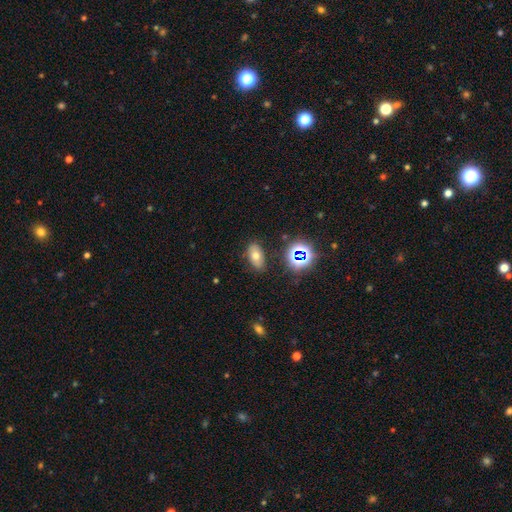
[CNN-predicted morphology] This is possibly a smooth galaxy (60%). How rounded: clearly in between (87%). Merging: clearly none (82%).